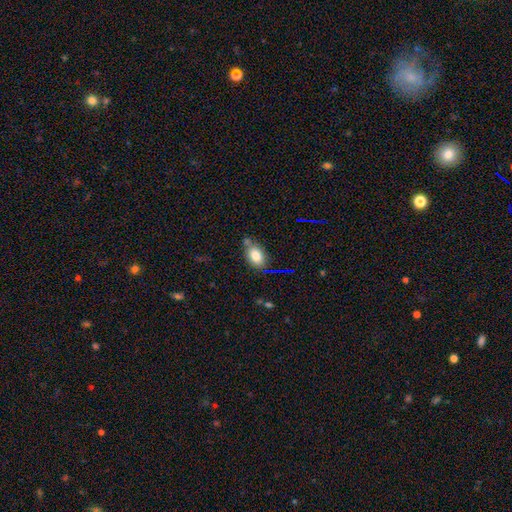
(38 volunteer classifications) This appears to be a smooth galaxy with no disk features (84%) that is in between round and cigar-shaped (88%). Merging: none (47%).